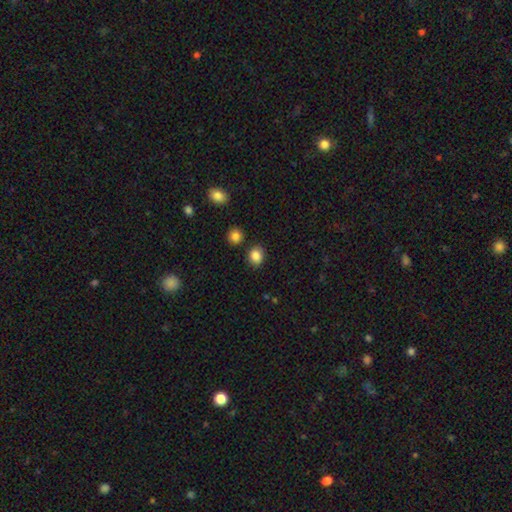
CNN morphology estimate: Smooth or featured? Predicted: smooth (p=0.86). How rounded? Predicted: round (p=0.58). Merging? Predicted: none (p=0.83).